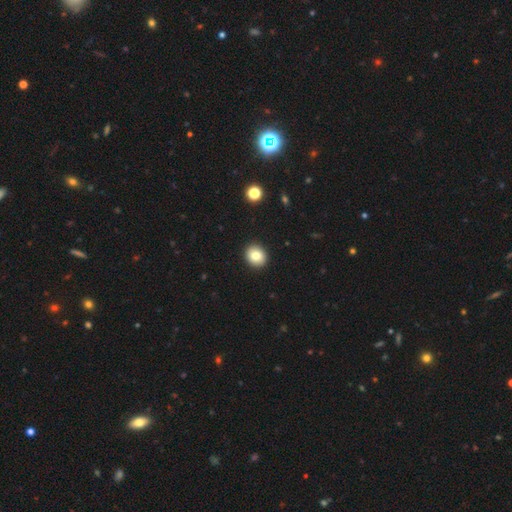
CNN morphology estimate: smooth_or_featured: smooth (p=0.82) [alt: star or artifact p=0.10]
how_rounded: round (p=0.72) [alt: in between p=0.27]
merging: none (p=0.92) [alt: minor disturbance p=0.05]